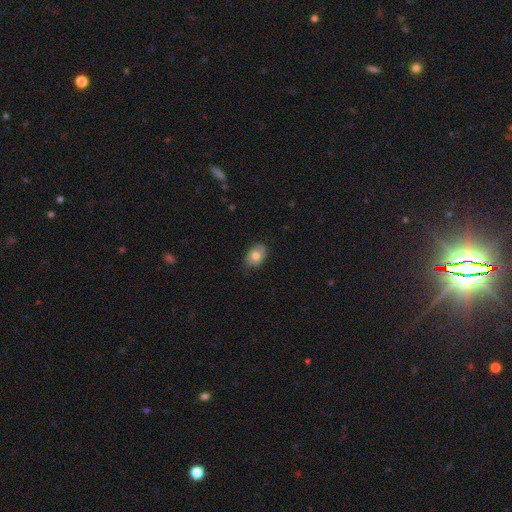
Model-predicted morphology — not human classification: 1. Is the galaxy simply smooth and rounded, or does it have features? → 75% smooth, 18% featured or disk, 8% star or artifact.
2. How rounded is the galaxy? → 80% in between, 19% round, 1% cigar-shaped.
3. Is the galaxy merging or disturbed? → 77% none, 19% minor disturbance, 3% major disturbance, 1% merger.